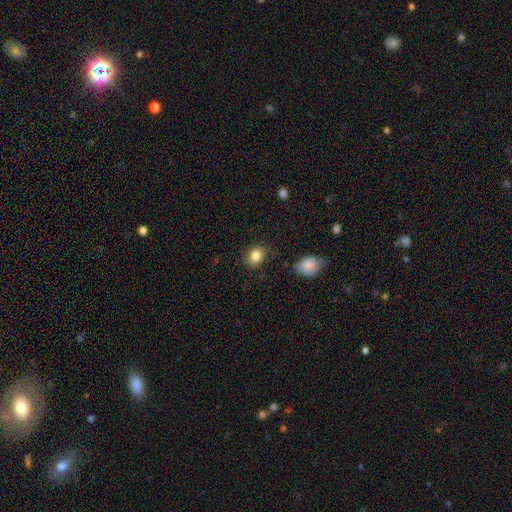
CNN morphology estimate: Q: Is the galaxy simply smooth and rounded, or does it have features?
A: smooth — 84%.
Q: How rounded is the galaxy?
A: in between — 62%.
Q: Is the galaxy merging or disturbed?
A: none — 82%.